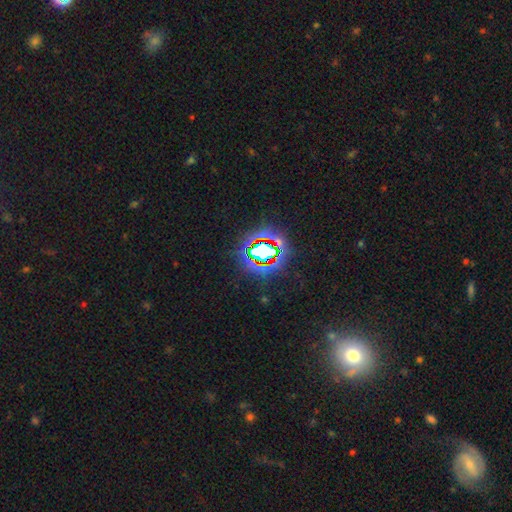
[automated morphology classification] Smooth or featured: star or artifact — 70% (smooth — 17%)